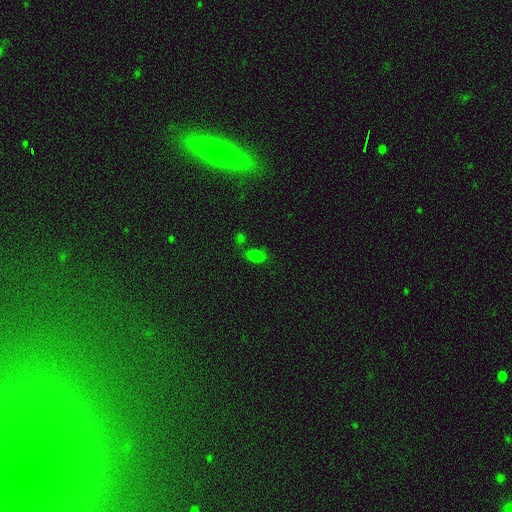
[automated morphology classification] Smooth or featured?
  - smooth: 74% *
  - star or artifact: 20%
  - featured or disk: 6%
How rounded?
  - in between: 86% *
  - round: 11%
  - cigar-shaped: 3%
Merging?
  - none: 62% *
  - minor disturbance: 16%
  - merger: 16%
  - major disturbance: 6%